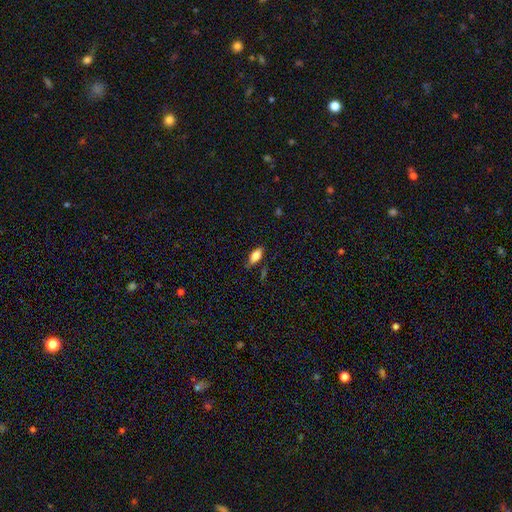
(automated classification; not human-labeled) This is likely a smooth galaxy (79%). How rounded: clearly in between (86%). Merging: likely none (77%).